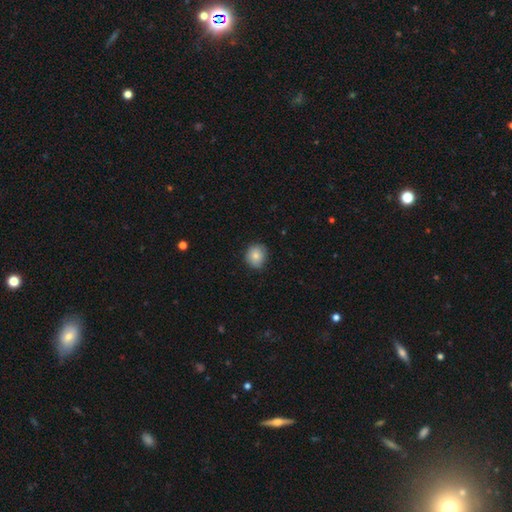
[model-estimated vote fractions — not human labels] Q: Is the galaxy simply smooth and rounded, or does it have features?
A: smooth — 83%.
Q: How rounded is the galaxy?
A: round — 81%.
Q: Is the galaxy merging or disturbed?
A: none — 81%.